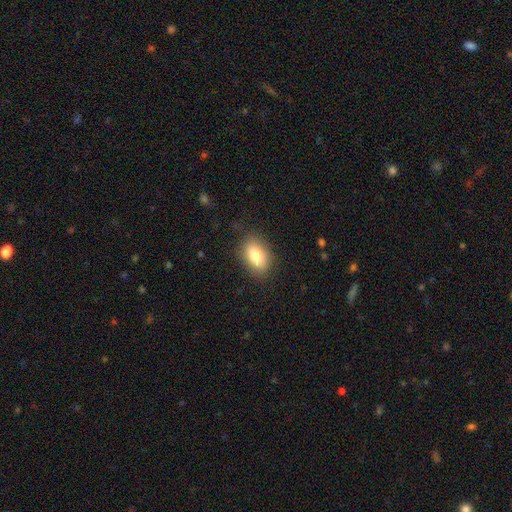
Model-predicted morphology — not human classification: smooth 81%, featured or disk 12%, star or artifact 7%. Down the decision tree: how rounded — in between (89%); merging — none (81%).